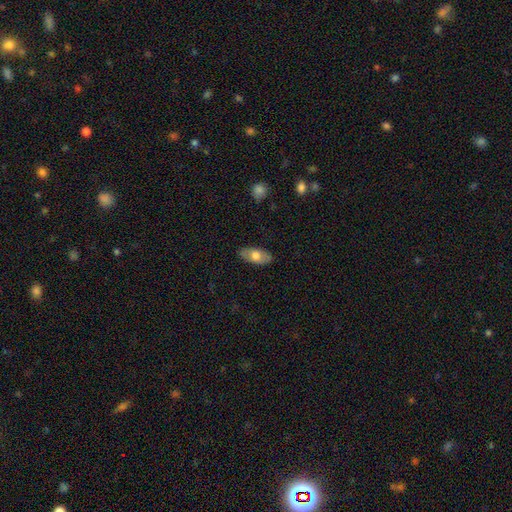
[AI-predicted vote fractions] The model was most divided on "smooth or featured": smooth: 67%, featured or disk: 27%, star or artifact: 6%. More confident: how rounded — in between (90%); merging — none (85%).